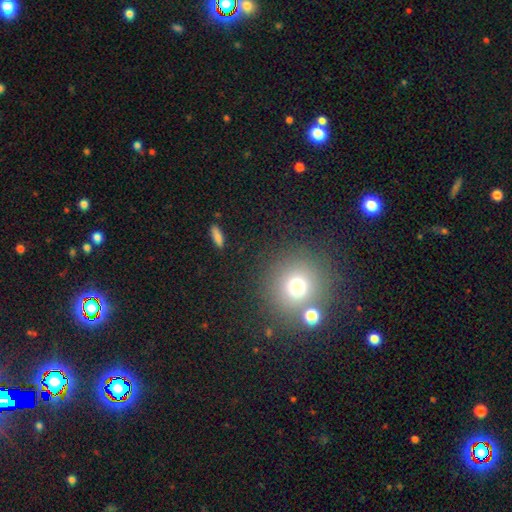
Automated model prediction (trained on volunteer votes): The model was most divided on "smooth or featured": smooth: 52%, star or artifact: 39%, featured or disk: 9%. More confident: how rounded — round (93%); merging — none (83%).